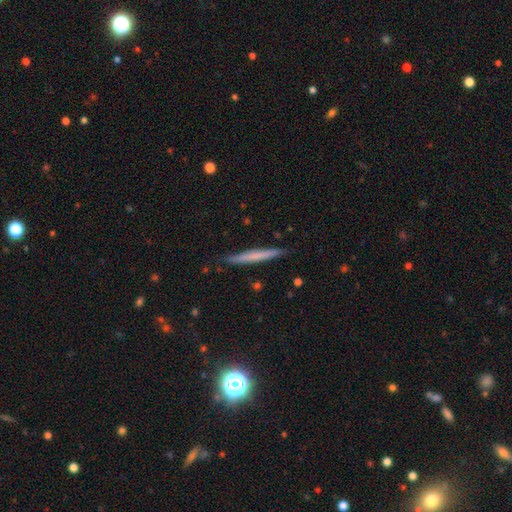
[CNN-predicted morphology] smooth-or-featured: smooth: 58% | featured or disk: 36% | star or artifact: 6%
  how-rounded: cigar-shaped: 97% | in between: 2% | round: 1%
  merging: none: 89% | minor disturbance: 9% | major disturbance: 1% | merger: 1%